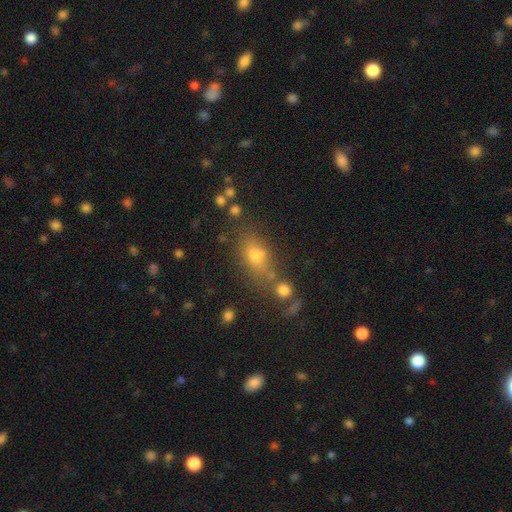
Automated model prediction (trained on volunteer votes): A smooth galaxy with no disk features (69%) that is in between round and cigar-shaped (72%).

Vote fractions:
- Smooth or featured? smooth: 69% / star or artifact: 17% / featured or disk: 14%
- How rounded? in between: 72% / round: 19% / cigar-shaped: 8%
- Merging? none: 62% / merger: 16% / minor disturbance: 15% / major disturbance: 7%